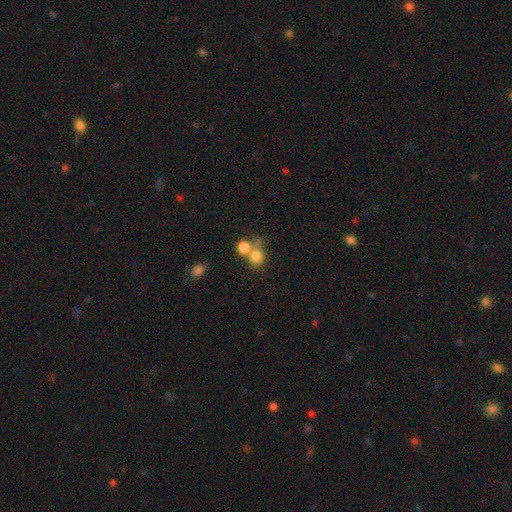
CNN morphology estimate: Q: Smooth or featured?
A: smooth (79%); runner-up: star or artifact (12%)
Q: How rounded?
A: round (78%); runner-up: in between (21%)
Q: Merging?
A: merger (48%); runner-up: none (39%)